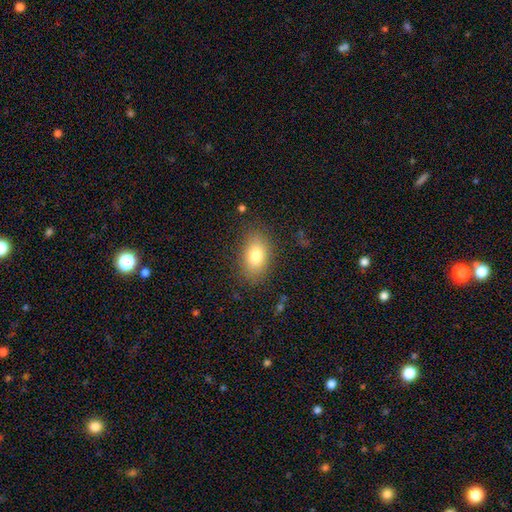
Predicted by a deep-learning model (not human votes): This appears to be a smooth galaxy with no disk features (79%) that is in between round and cigar-shaped (87%). Merging: none (83%).